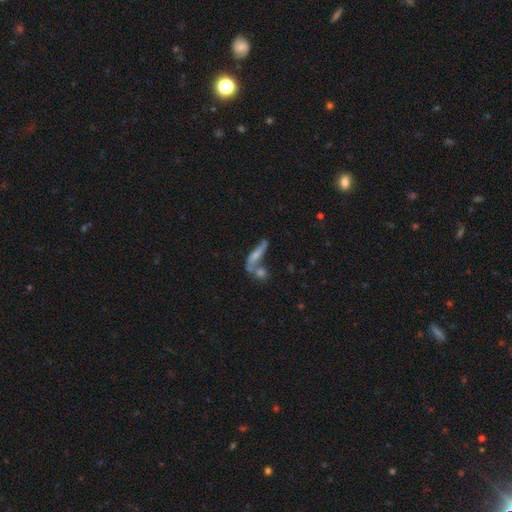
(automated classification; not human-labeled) Smooth or featured? smooth (47%)
Merging? merger (38%)